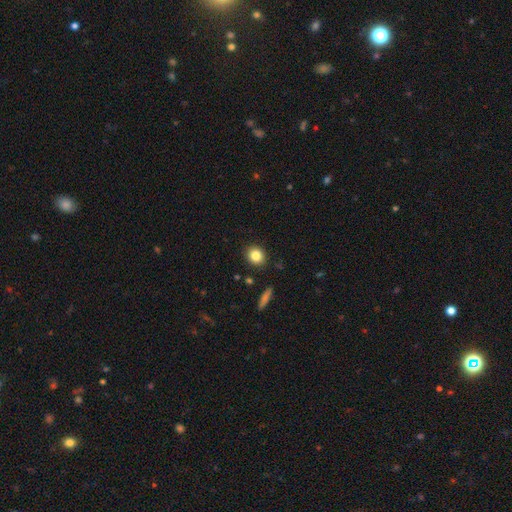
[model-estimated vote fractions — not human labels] A smooth galaxy with no disk features (84%) that is round (76%). Merging: none (89%).